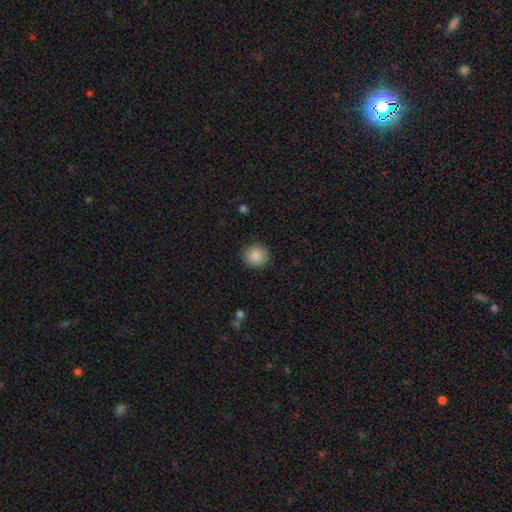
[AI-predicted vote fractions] smooth 88%, star or artifact 8%, featured or disk 4%. Down the decision tree: how rounded — round (90%); merging — none (86%).